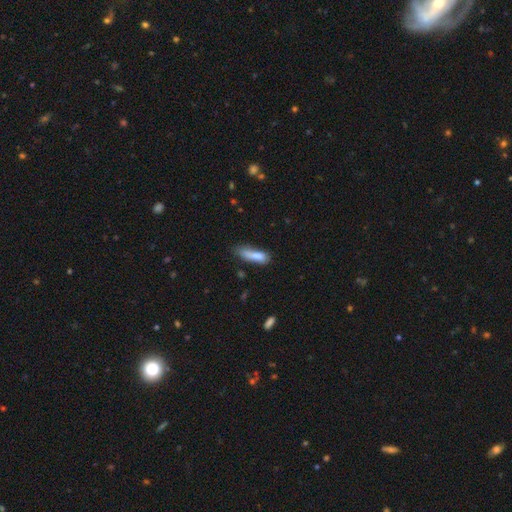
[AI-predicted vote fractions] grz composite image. It shows a smooth galaxy with no disk features (80%) that is cigar-shaped (60%). Merging: none (45%).